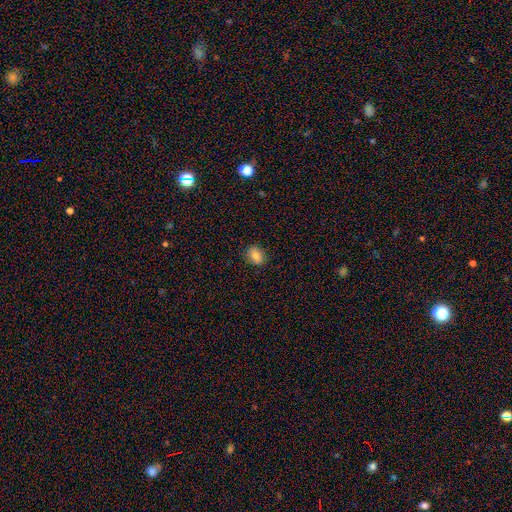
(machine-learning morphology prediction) Q: Smooth or featured?
A: smooth (80%); runner-up: star or artifact (10%)
Q: How rounded?
A: in between (54%); runner-up: round (44%)
Q: Merging?
A: none (87%); runner-up: minor disturbance (10%)